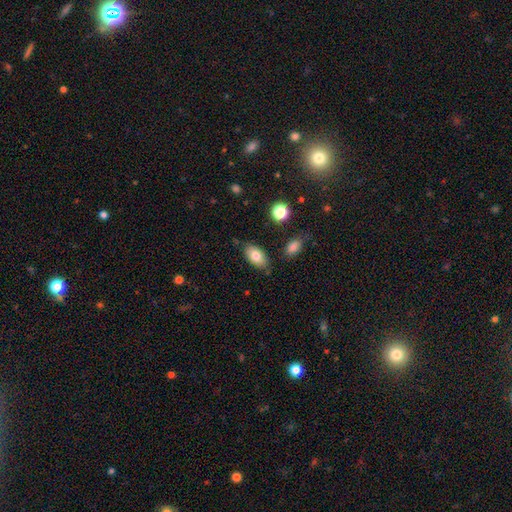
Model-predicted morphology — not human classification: A smooth galaxy with no disk features (80%) that is in between round and cigar-shaped (92%).

Vote fractions:
- Smooth or featured? smooth: 80% / featured or disk: 12% / star or artifact: 8%
- How rounded? in between: 92% / round: 5% / cigar-shaped: 2%
- Merging? none: 80% / minor disturbance: 14% / merger: 4% / major disturbance: 3%